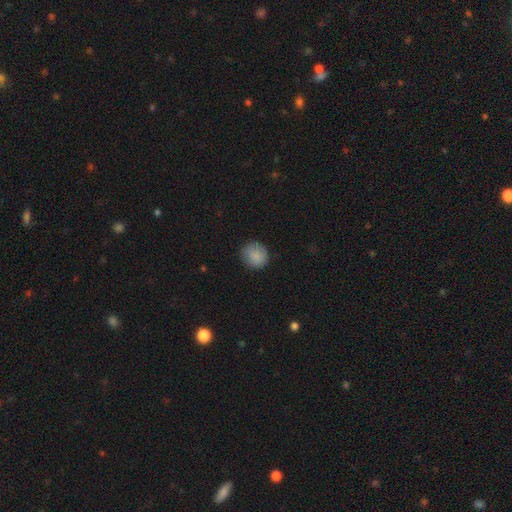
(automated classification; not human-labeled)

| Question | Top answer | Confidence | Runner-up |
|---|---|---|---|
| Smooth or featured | smooth | 88% | star or artifact (7%) |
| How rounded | round | 87% | in between (12%) |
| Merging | none | 84% | minor disturbance (12%) |